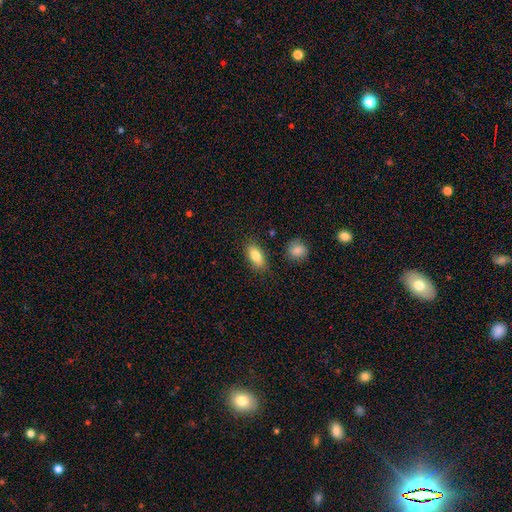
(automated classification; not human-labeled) Smooth or featured?
  - smooth: 82% *
  - featured or disk: 11%
  - star or artifact: 7%
How rounded?
  - in between: 86% *
  - cigar-shaped: 9%
  - round: 5%
Merging?
  - none: 81% *
  - minor disturbance: 13%
  - merger: 3%
  - major disturbance: 3%